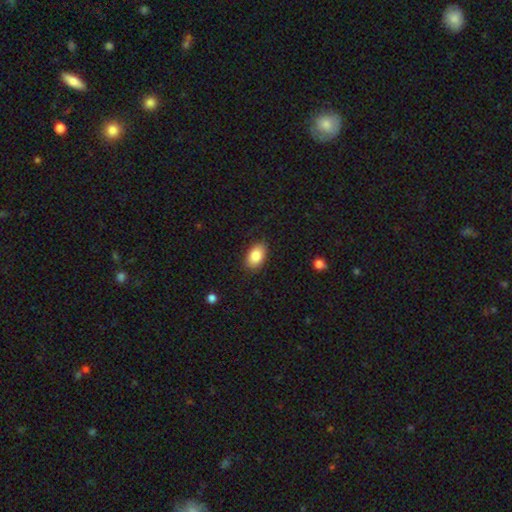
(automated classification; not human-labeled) Smooth or featured? smooth (85%)
How rounded? in between (90%)
Merging? none (85%)